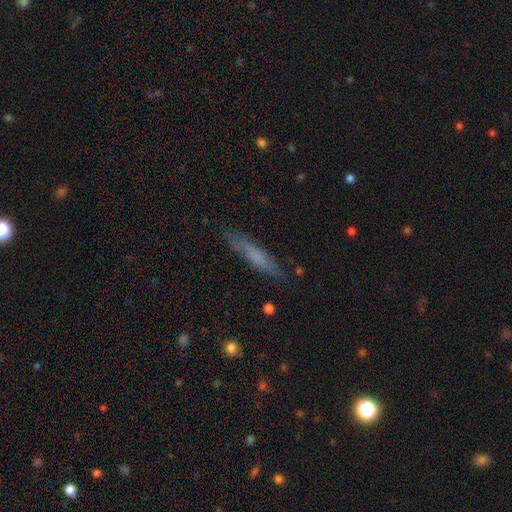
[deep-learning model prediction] Q: Smooth or featured?
A: smooth (62%); runner-up: featured or disk (29%)
Q: How rounded?
A: cigar-shaped (87%); runner-up: in between (11%)
Q: Merging?
A: none (79%); runner-up: minor disturbance (15%)